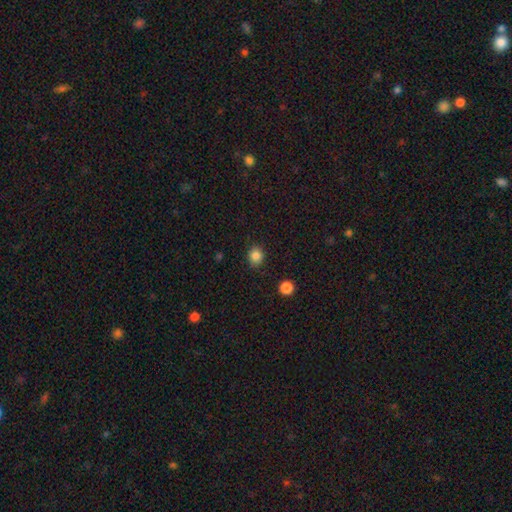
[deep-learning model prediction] Smooth or featured? smooth (85%)
How rounded? round (76%)
Merging? none (85%)